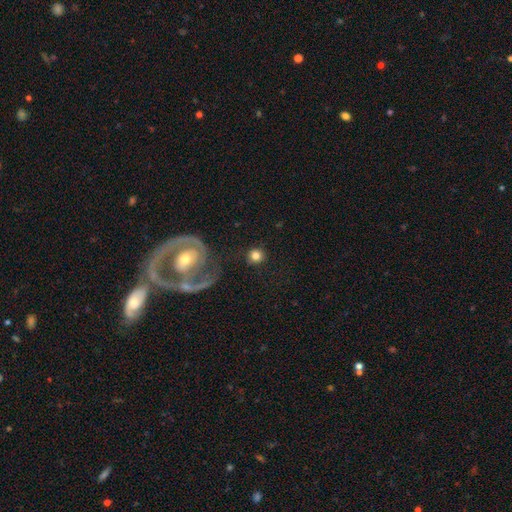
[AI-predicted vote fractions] Smooth or featured: smooth — 78% (featured or disk — 13%)
How rounded: round — 91% (in between — 8%)
Merging: none — 82% (minor disturbance — 8%)